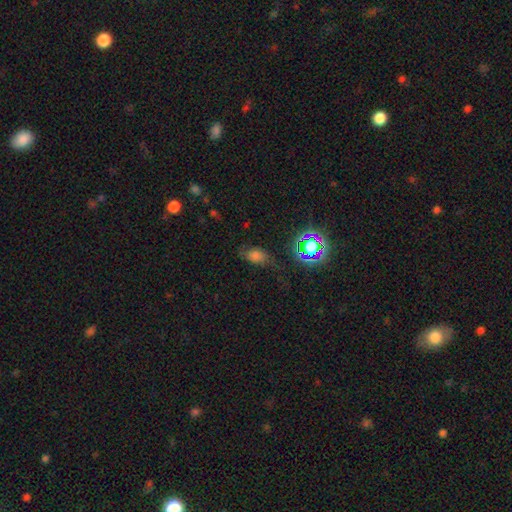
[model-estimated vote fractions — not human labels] smooth_or_featured: smooth (p=0.61) [alt: star or artifact p=0.24]
how_rounded: in between (p=0.81) [alt: round p=0.14]
merging: none (p=0.57) [alt: minor disturbance p=0.25]